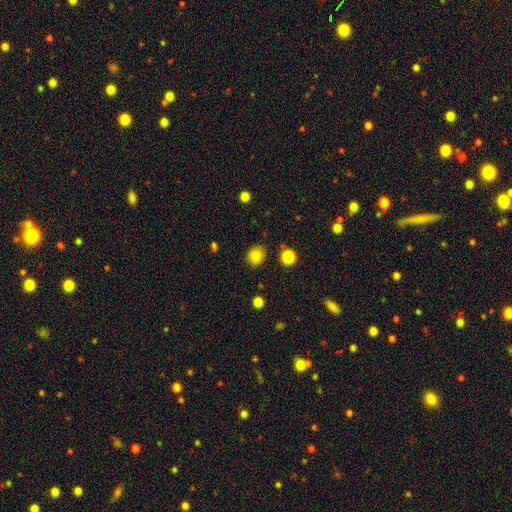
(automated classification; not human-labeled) smooth 84%, star or artifact 11%, featured or disk 5%. Down the decision tree: how rounded — round (76%); merging — none (87%).